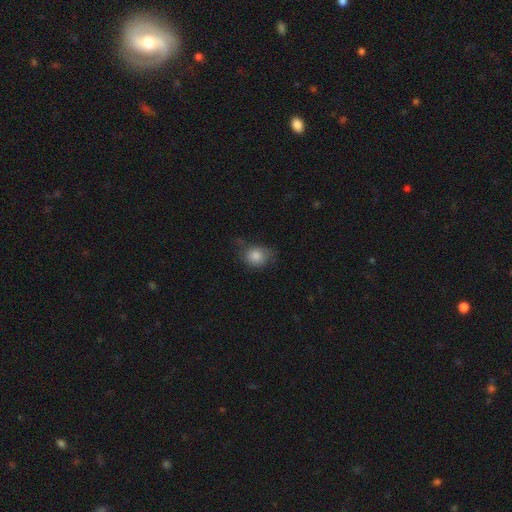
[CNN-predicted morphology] Q: Smooth or featured?
A: smooth (83%); runner-up: star or artifact (9%)
Q: How rounded?
A: round (59%); runner-up: in between (40%)
Q: Merging?
A: none (54%); runner-up: minor disturbance (33%)